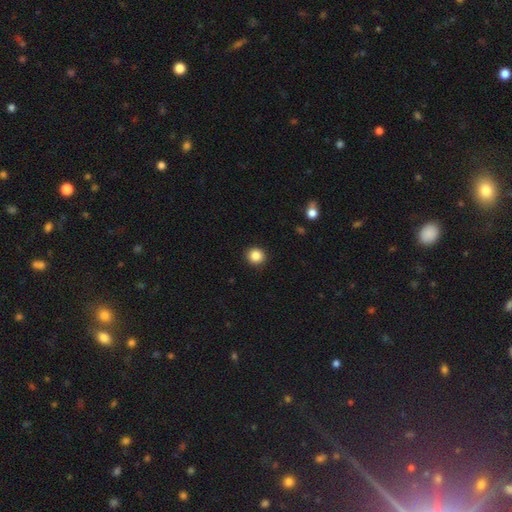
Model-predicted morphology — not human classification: Q: Smooth or featured?
A: smooth (86%); runner-up: star or artifact (10%)
Q: How rounded?
A: round (93%); runner-up: in between (6%)
Q: Merging?
A: none (92%); runner-up: minor disturbance (5%)